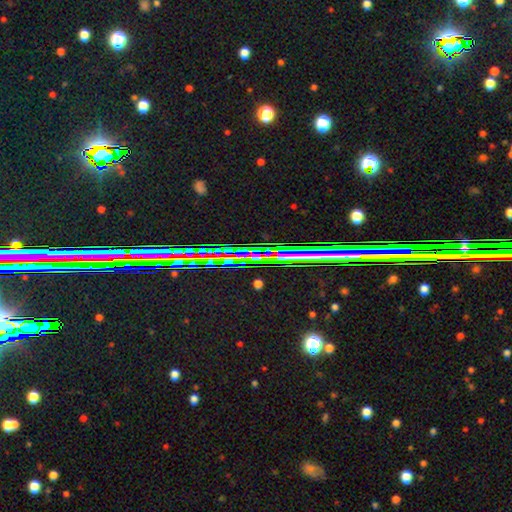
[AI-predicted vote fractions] A star or artifact, not a galaxy (62%).